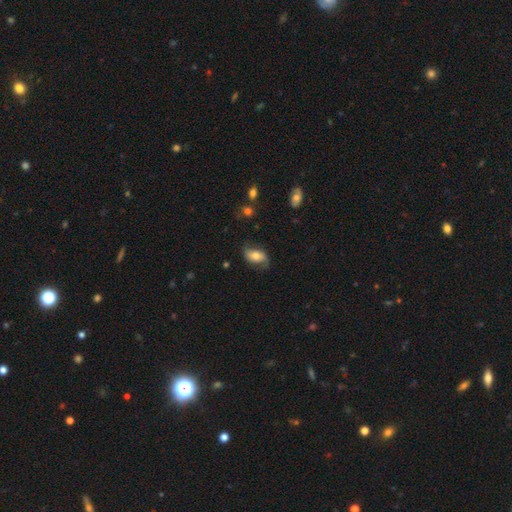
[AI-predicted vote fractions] The model was most divided on "smooth or featured": smooth: 50%, featured or disk: 42%, star or artifact: 8%. More confident: how rounded — in between (88%); merging — none (66%).